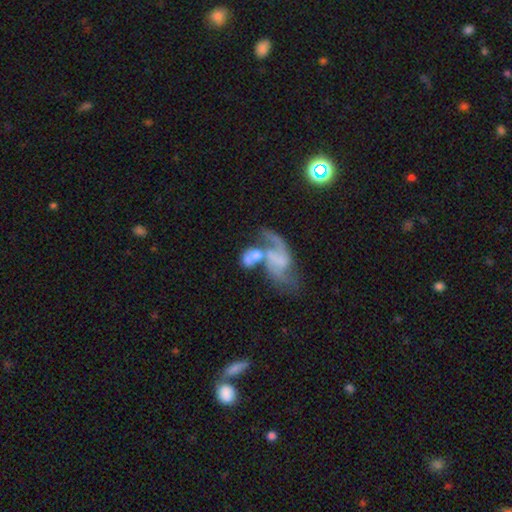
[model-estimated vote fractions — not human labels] Q: Smooth or featured?
A: featured or disk (65%); runner-up: smooth (25%)
Q: Edge-on disk?
A: no (96%); runner-up: yes (4%)
Q: Bar?
A: no (55%); runner-up: weak (33%)
Q: Spiral arms?
A: yes (77%); runner-up: no (23%)
Q: Bulge size?
A: none (43%); runner-up: small (26%)
Q: Merging?
A: merger (55%); runner-up: none (18%)